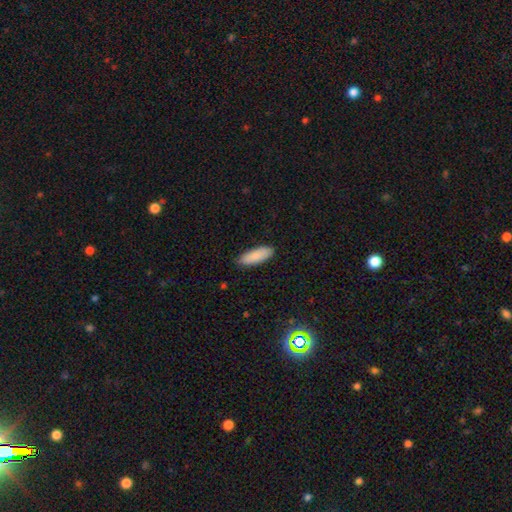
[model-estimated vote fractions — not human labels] smooth_or_featured: smooth (p=0.85) [alt: featured or disk p=0.09]
how_rounded: in between (p=0.65) [alt: cigar-shaped p=0.33]
merging: none (p=0.86) [alt: minor disturbance p=0.11]